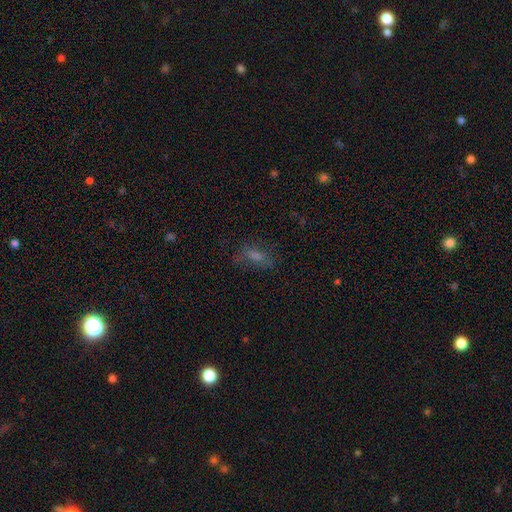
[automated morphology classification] This is possibly a smooth galaxy (59%). How rounded: likely in between (74%). Merging: likely none (61%).